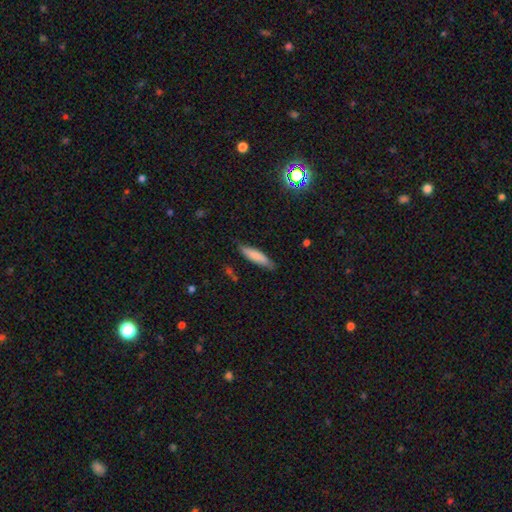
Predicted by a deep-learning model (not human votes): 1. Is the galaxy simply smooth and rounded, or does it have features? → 79% smooth, 15% featured or disk, 6% star or artifact.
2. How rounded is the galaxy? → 69% cigar-shaped, 29% in between, 1% round.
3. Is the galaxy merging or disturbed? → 78% none, 18% minor disturbance, 3% major disturbance, 2% merger.